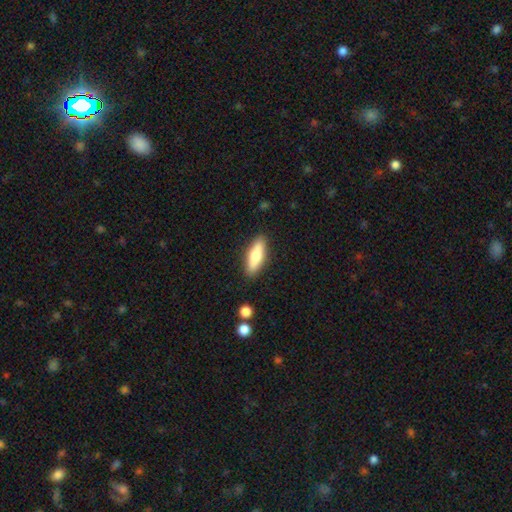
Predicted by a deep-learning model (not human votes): A smooth galaxy with no disk features (72%) that is cigar-shaped (54%).

Vote fractions:
- Smooth or featured? smooth: 72% / featured or disk: 23% / star or artifact: 6%
- How rounded? cigar-shaped: 54% / in between: 44% / round: 2%
- Merging? none: 88% / minor disturbance: 9% / major disturbance: 2% / merger: 2%